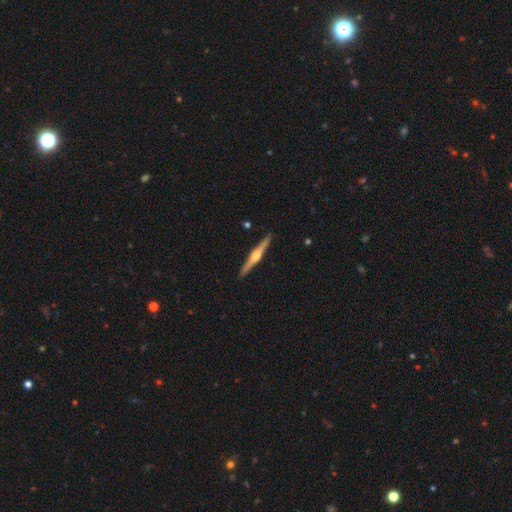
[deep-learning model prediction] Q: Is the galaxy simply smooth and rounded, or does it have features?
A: featured or disk — 78%.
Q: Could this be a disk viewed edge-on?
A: yes — 98%.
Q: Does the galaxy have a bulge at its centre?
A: rounded — 94%.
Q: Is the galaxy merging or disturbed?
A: none — 92%.